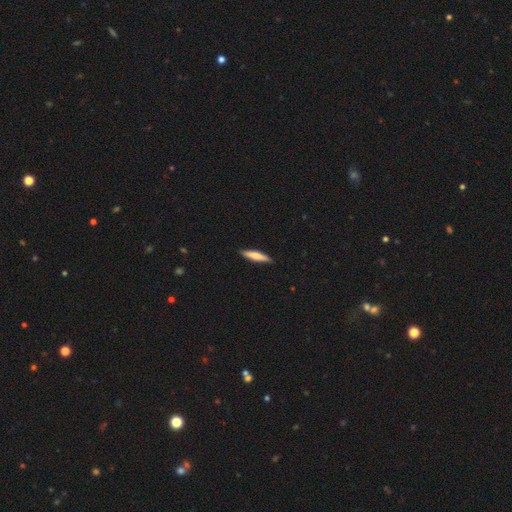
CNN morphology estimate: Smooth or featured?
  - smooth: 69% *
  - featured or disk: 25%
  - star or artifact: 5%
How rounded?
  - cigar-shaped: 84% *
  - in between: 15%
  - round: 1%
Merging?
  - none: 90% *
  - minor disturbance: 8%
  - major disturbance: 1%
  - merger: 1%